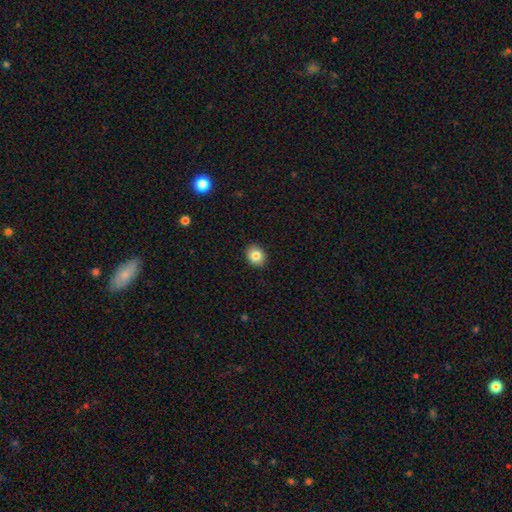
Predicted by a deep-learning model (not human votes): This appears to be a smooth galaxy with no disk features (84%) that is round (60%). Merging: none (91%).